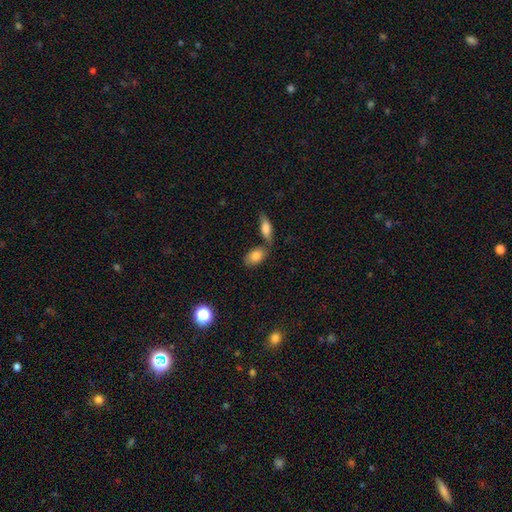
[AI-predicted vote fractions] Smooth or featured: smooth — 81% (featured or disk — 11%)
How rounded: in between — 88% (round — 9%)
Merging: none — 58% (merger — 23%)